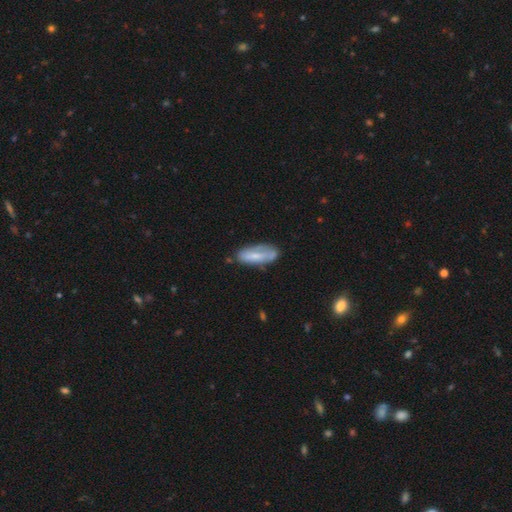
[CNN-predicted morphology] smooth 54%, featured or disk 39%, star or artifact 6%. Down the decision tree: how rounded — in between (69%); merging — none (63%).